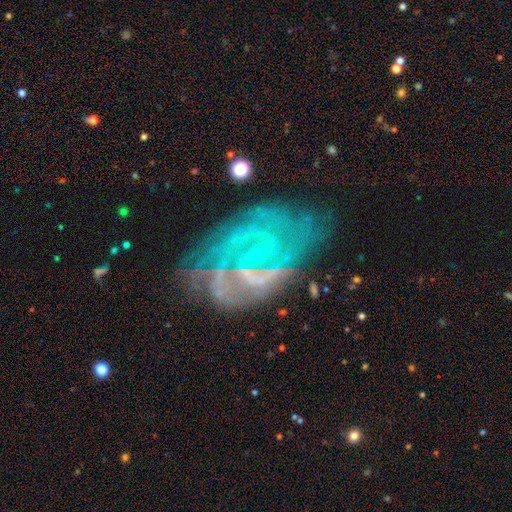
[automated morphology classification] type=featured or disk (78%); edge-on=no (97%); bar=weak (45%); spiral arms=yes (78%); winding=tight (42%); arm count=can't tell (39%); bulge=small (54%); merging=none (53%).